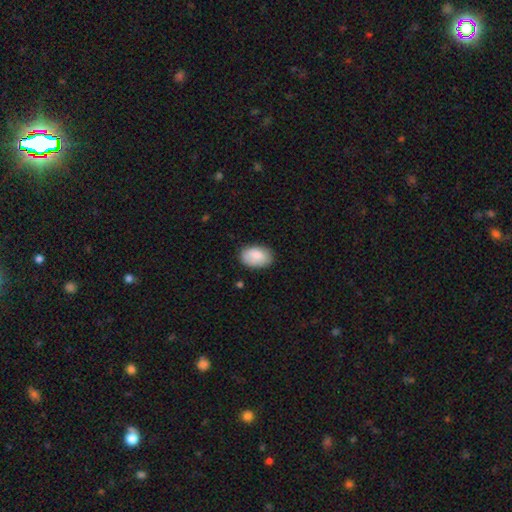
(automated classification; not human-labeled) Smooth or featured?
  - smooth: 85% *
  - featured or disk: 8%
  - star or artifact: 6%
How rounded?
  - in between: 87% *
  - round: 11%
  - cigar-shaped: 1%
Merging?
  - none: 78% *
  - minor disturbance: 17%
  - major disturbance: 3%
  - merger: 1%